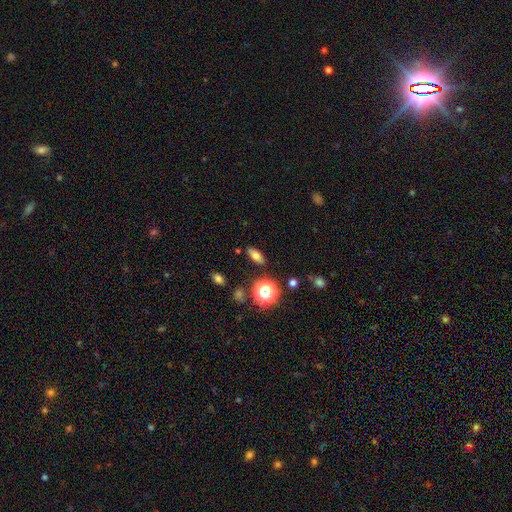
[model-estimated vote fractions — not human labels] Smooth or featured? smooth (72%)
How rounded? in between (74%)
Merging? none (86%)